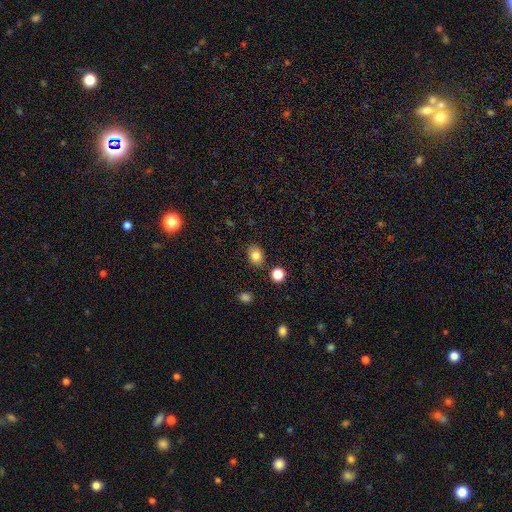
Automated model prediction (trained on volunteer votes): smooth-or-featured: smooth: 83% | star or artifact: 10% | featured or disk: 7%
  how-rounded: in between: 54% | round: 45% | cigar-shaped: 1%
  merging: none: 84% | minor disturbance: 10% | merger: 4% | major disturbance: 3%